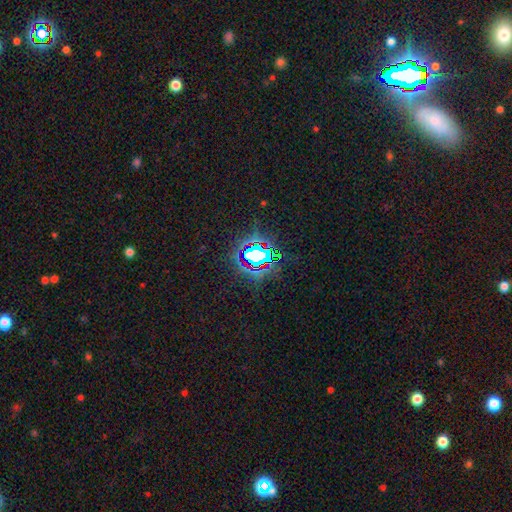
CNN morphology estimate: Smooth or featured? Predicted: star or artifact (p=0.77).